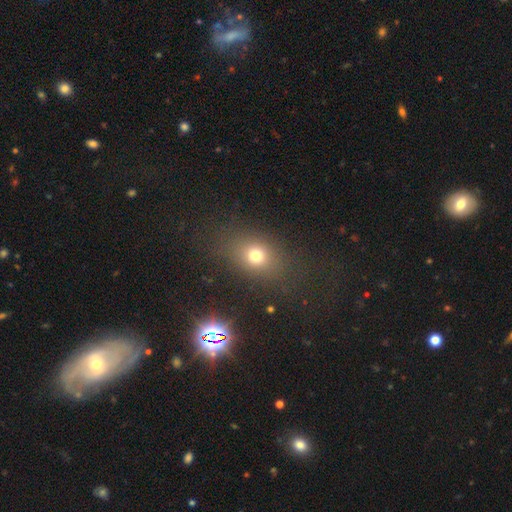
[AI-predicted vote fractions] Smooth or featured? smooth (72%)
How rounded? in between (51%)
Merging? none (79%)